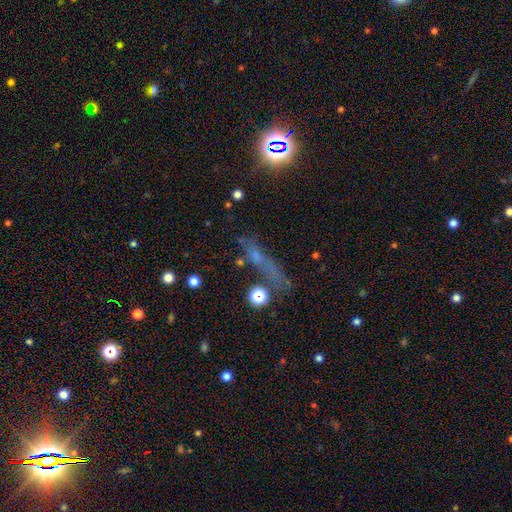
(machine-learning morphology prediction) smooth-or-featured: smooth: 43% | star or artifact: 30% | featured or disk: 26%
  merging: none: 54% | minor disturbance: 20% | major disturbance: 16% | merger: 10%